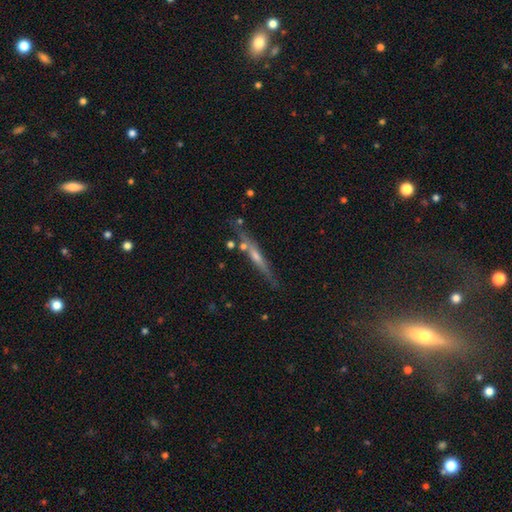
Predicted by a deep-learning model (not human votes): A featured or disk galaxy (67%) viewed edge-on (93%) with a rounded central bulge (50%). Merging: none (75%).